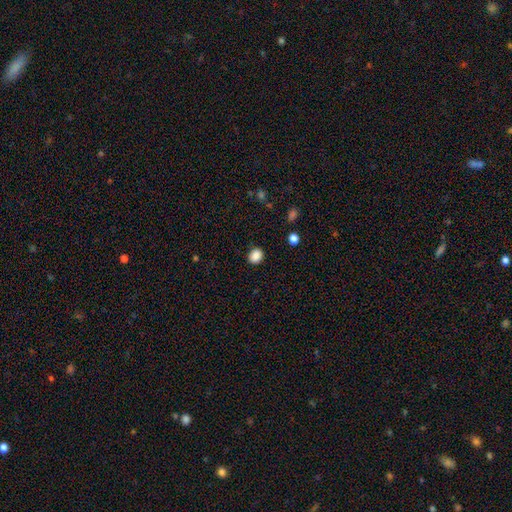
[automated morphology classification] Smooth or featured: smooth — 87% (star or artifact — 9%)
How rounded: round — 53% (in between — 47%)
Merging: none — 88% (minor disturbance — 8%)